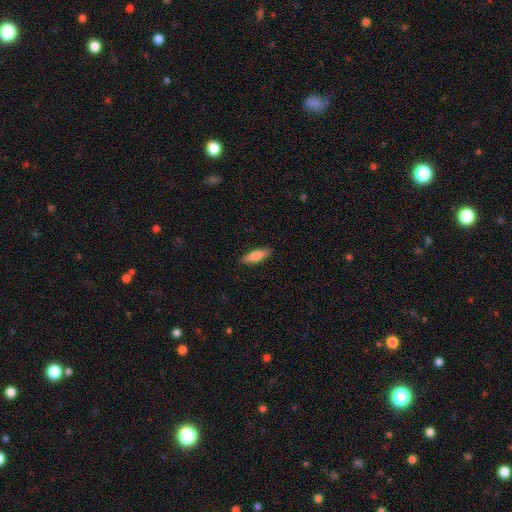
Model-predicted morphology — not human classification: type=smooth (74%); roundness=cigar-shaped (52%); merging=none (89%).